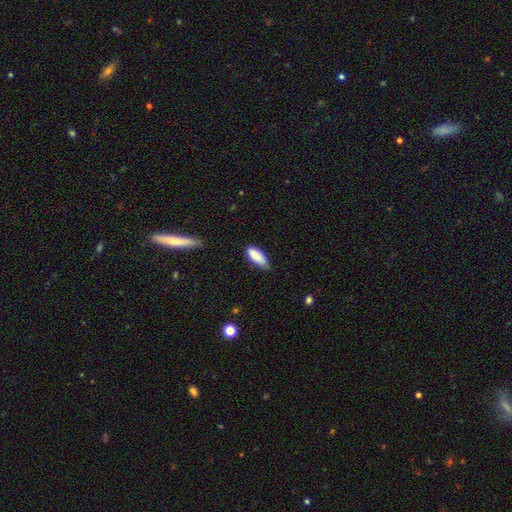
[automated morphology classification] Smooth or featured? Predicted: smooth (p=0.86). How rounded? Predicted: in between (p=0.74). Merging? Predicted: none (p=0.59).